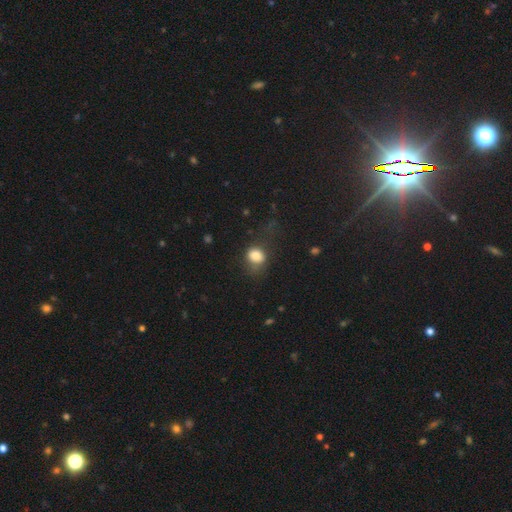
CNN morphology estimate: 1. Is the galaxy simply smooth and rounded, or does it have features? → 81% smooth, 10% star or artifact, 9% featured or disk.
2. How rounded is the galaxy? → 52% round, 47% in between, 1% cigar-shaped.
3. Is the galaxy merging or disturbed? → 54% none, 25% minor disturbance, 19% major disturbance, 2% merger.